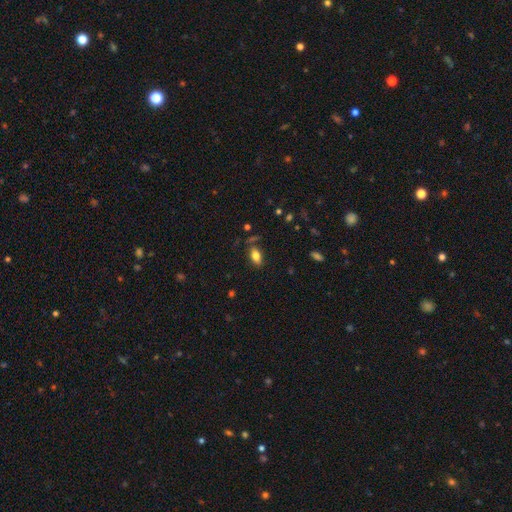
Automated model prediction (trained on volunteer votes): Morphology: type=smooth (78%); roundness=in between (88%); merging=none (76%).